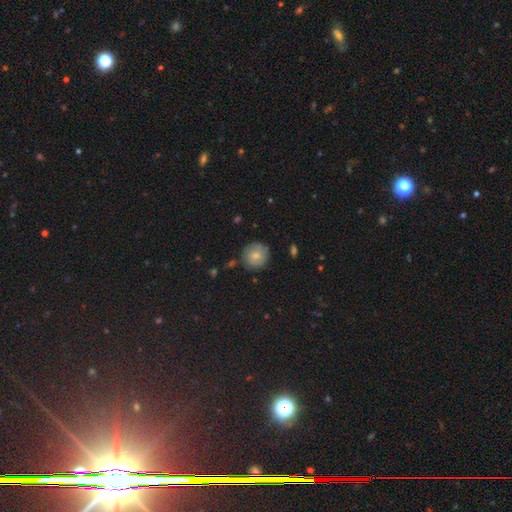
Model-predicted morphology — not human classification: A smooth galaxy with no disk features (71%) that is round (93%). Merging: none (81%).